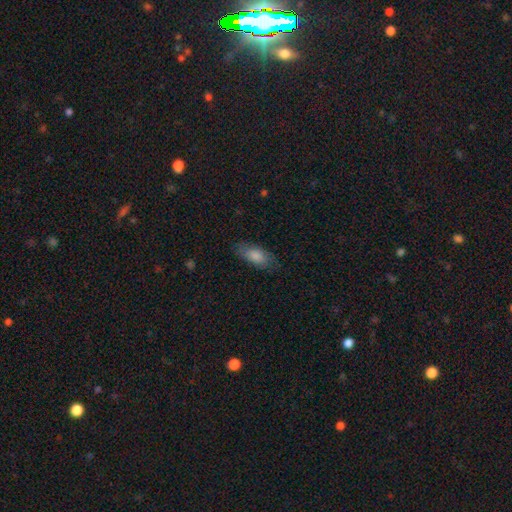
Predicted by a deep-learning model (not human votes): A smooth galaxy with no disk features (83%) that is in between round and cigar-shaped (85%). Merging: none (78%).